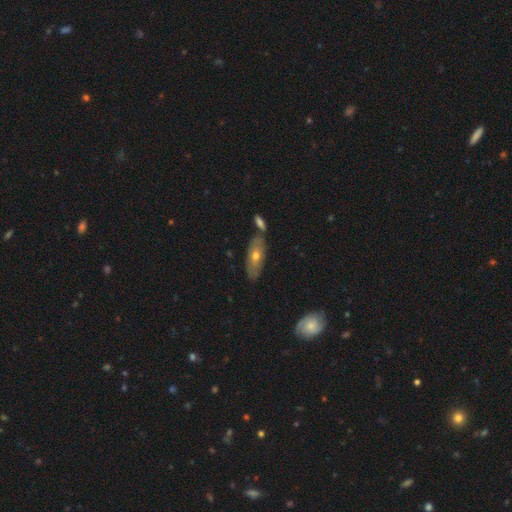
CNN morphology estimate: A featured or disk galaxy (51%).

Vote fractions:
- Smooth or featured? featured or disk: 51% / smooth: 40% / star or artifact: 10%
- Edge-on disk? no: 68% / yes: 32%
- Merging? none: 71% / minor disturbance: 14% / merger: 12% / major disturbance: 3%